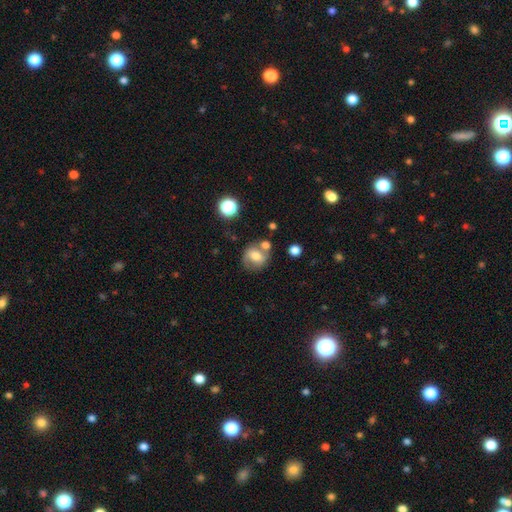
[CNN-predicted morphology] smooth_or_featured: smooth (p=0.58) [alt: featured or disk p=0.31]
how_rounded: round (p=0.73) [alt: in between p=0.26]
merging: none (p=0.58) [alt: merger p=0.19]